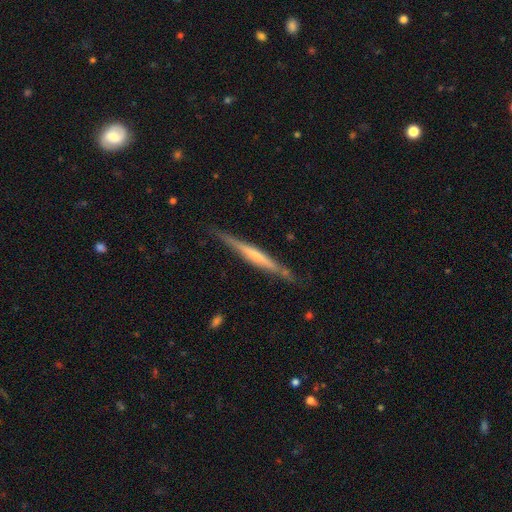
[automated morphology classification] This is likely a featured or disk galaxy (68%). It is clearly viewed edge-on (97%). Edge-on bulge: possibly none (46%). Merging: clearly none (84%).